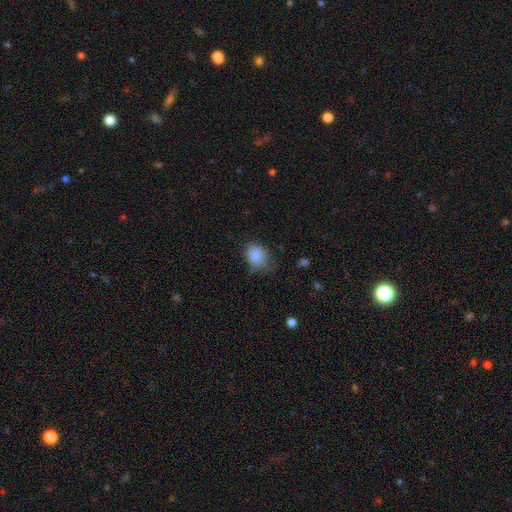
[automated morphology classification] Smooth or featured? Predicted: smooth (p=0.86). How rounded? Predicted: in between (p=0.52). Merging? Predicted: none (p=0.64).